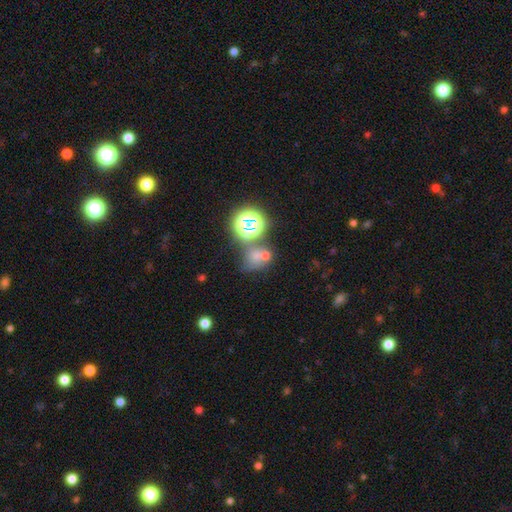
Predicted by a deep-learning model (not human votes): This is marginally a star or artifact rather than a galaxy (44%).